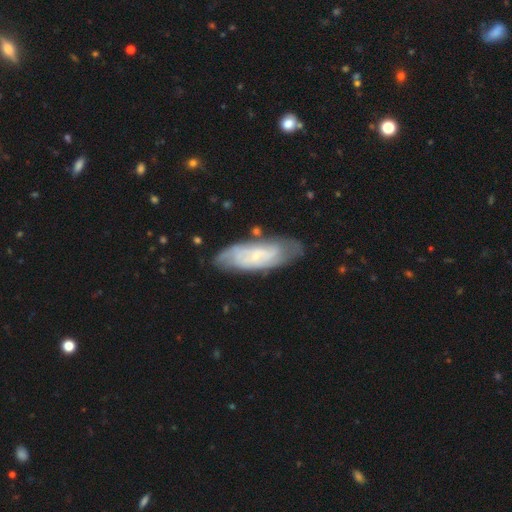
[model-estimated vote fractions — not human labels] The model was most divided on "spiral arm count": can't tell: 46%, 2: 33%, 3: 10%, 4: 5%, 1: 3%, more than 4: 3%. More confident: edge-on disk — no (87%); spiral arms — yes (87%); bulge size — small (76%); merging — none (71%); smooth or featured — featured or disk (69%); spiral winding — tight (56%); bar — no (55%).